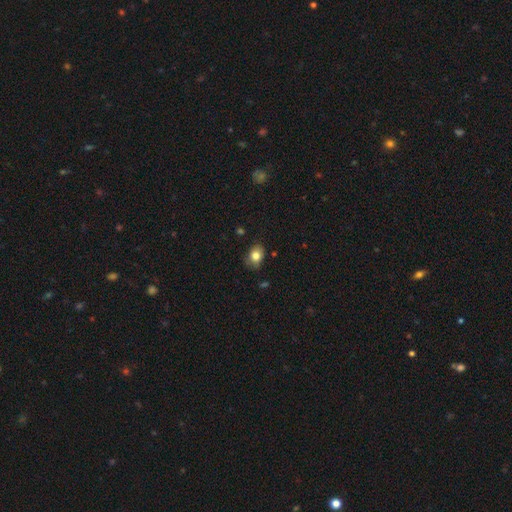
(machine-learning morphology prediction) Smooth or featured? Predicted: smooth (p=0.80). How rounded? Predicted: in between (p=0.66). Merging? Predicted: none (p=0.73).